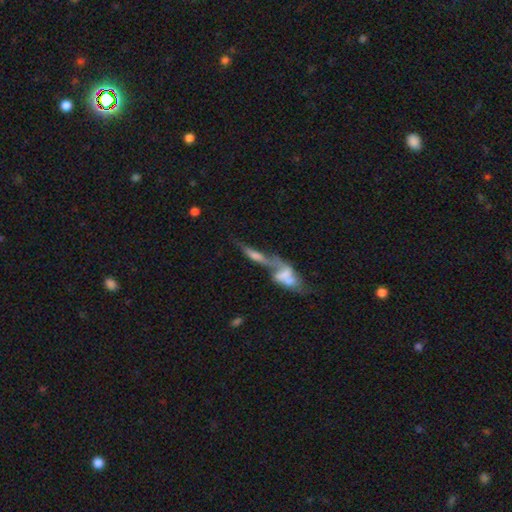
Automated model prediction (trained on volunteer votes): Q: Smooth or featured?
A: featured or disk (54%); runner-up: smooth (35%)
Q: Edge-on disk?
A: yes (53%); runner-up: no (47%)
Q: Merging?
A: merger (70%); runner-up: none (16%)